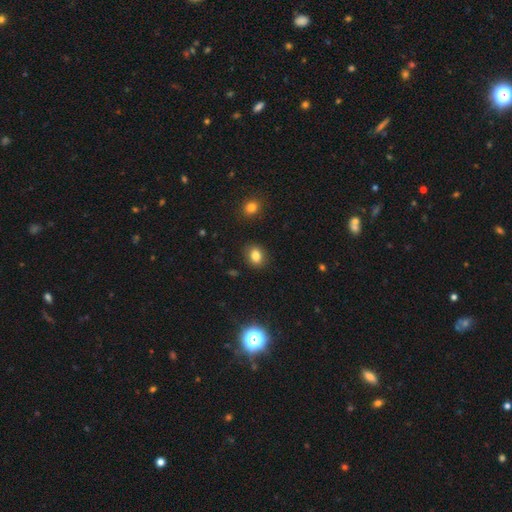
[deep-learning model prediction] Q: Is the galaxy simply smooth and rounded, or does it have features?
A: smooth — 82%.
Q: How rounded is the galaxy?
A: in between — 53%.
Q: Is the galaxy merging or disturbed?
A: none — 87%.